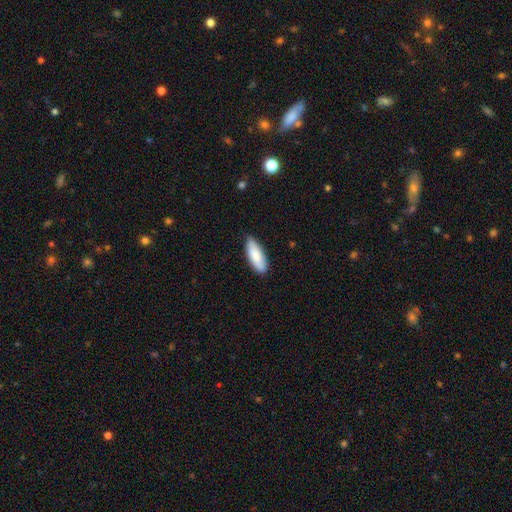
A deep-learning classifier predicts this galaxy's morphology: Smooth or featured? smooth (84%)
How rounded? in between (69%)
Merging? none (80%)